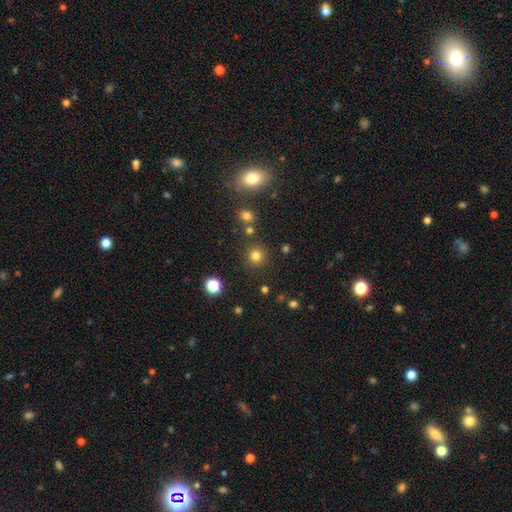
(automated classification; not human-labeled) smooth_or_featured: smooth (p=0.78) [alt: star or artifact p=0.16]
how_rounded: round (p=0.93) [alt: in between p=0.06]
merging: none (p=0.86) [alt: minor disturbance p=0.07]